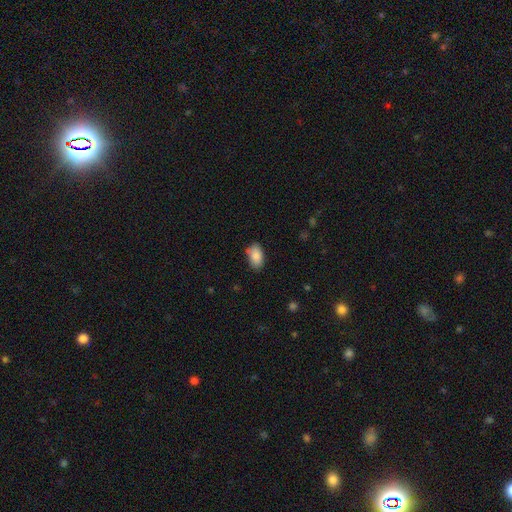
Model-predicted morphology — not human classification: This is clearly a smooth galaxy (87%). How rounded: clearly in between (92%). Merging: likely none (76%).